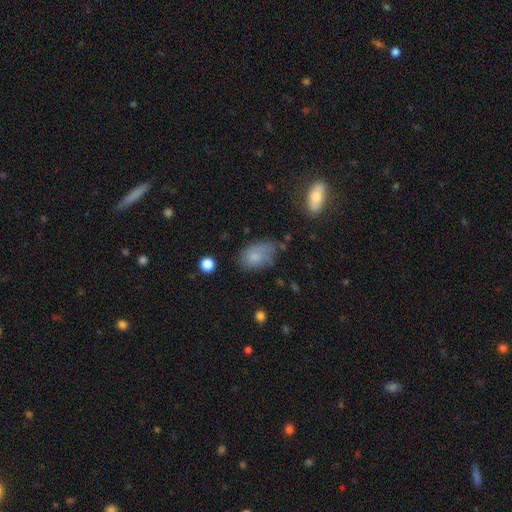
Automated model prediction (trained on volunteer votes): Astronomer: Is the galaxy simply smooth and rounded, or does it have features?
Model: smooth — 75%.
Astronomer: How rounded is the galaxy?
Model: in between — 82%.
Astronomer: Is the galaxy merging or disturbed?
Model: none — 47% (runner-up: minor disturbance, 32%).